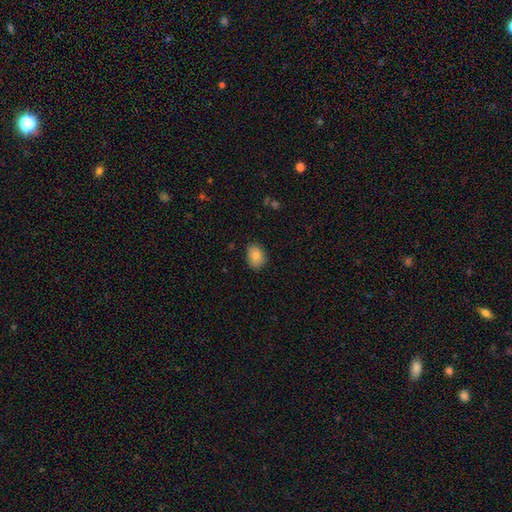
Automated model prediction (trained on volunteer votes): smooth_or_featured: smooth (p=0.83) [alt: featured or disk p=0.09]
how_rounded: in between (p=0.67) [alt: round p=0.32]
merging: none (p=0.82) [alt: minor disturbance p=0.15]